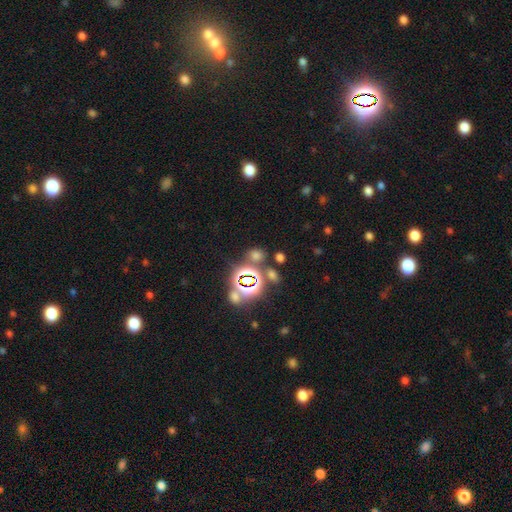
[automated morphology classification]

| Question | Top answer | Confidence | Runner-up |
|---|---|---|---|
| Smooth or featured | smooth | 50% | star or artifact (43%) |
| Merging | none | 71% | merger (12%) |